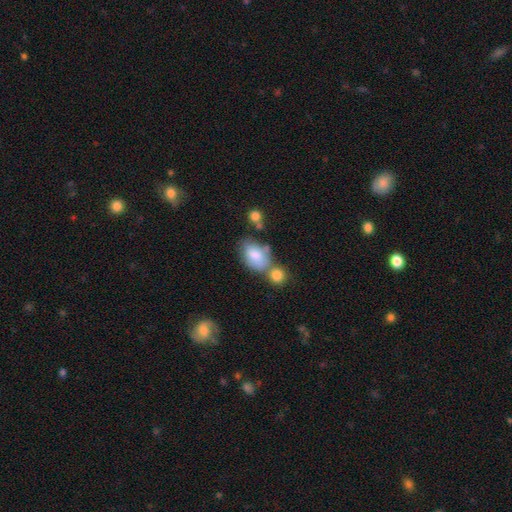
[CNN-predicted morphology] Smooth or featured: smooth — 78% (featured or disk — 15%)
How rounded: in between — 87% (round — 12%)
Merging: none — 40% (merger — 32%)